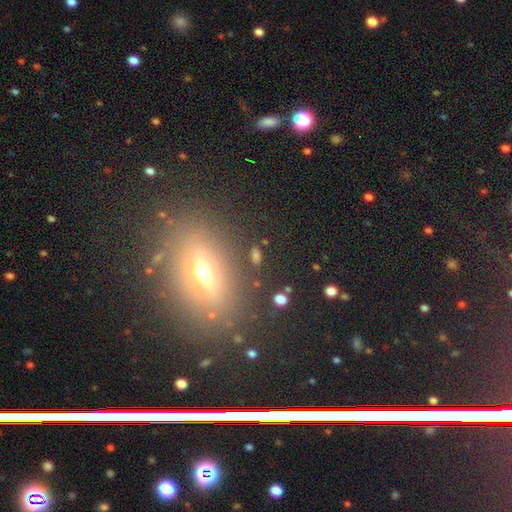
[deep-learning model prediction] Smooth or featured: smooth — 55% (star or artifact — 27%)
How rounded: in between — 65% (round — 24%)
Merging: none — 82% (minor disturbance — 9%)